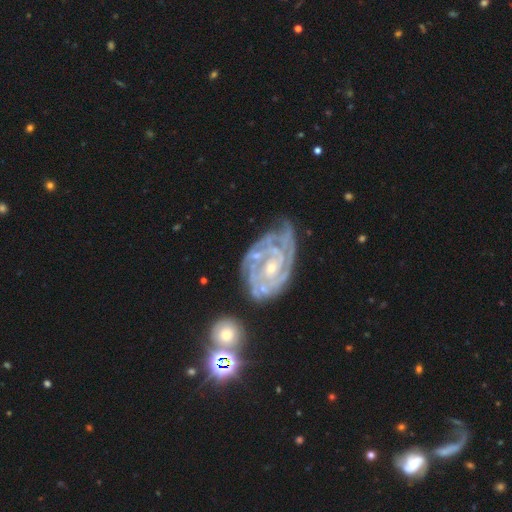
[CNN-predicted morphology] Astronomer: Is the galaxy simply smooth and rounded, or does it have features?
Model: featured or disk — 88%.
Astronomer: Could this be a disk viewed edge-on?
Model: no — 97%.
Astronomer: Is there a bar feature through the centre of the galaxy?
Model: no — 66%.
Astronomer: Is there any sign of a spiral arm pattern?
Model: yes — 95%.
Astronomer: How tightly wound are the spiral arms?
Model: tight — 74%.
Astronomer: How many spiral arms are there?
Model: can't tell — 32% (runner-up: 2, 22%).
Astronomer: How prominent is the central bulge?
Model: small — 63%.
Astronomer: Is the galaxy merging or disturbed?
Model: none — 46% (runner-up: minor disturbance, 27%).